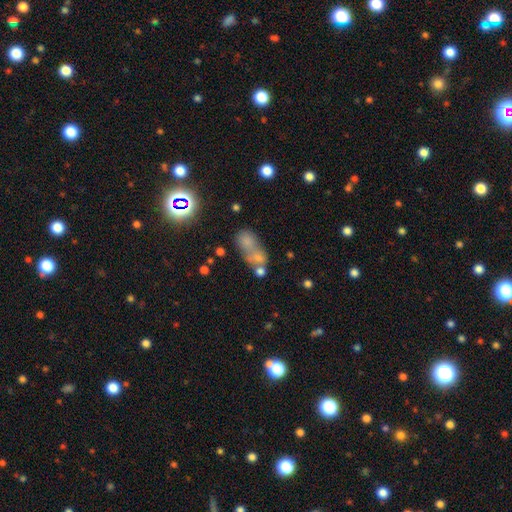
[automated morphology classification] A smooth galaxy with no disk features (61%) that is in between round and cigar-shaped (71%). Merging: merger (56%).